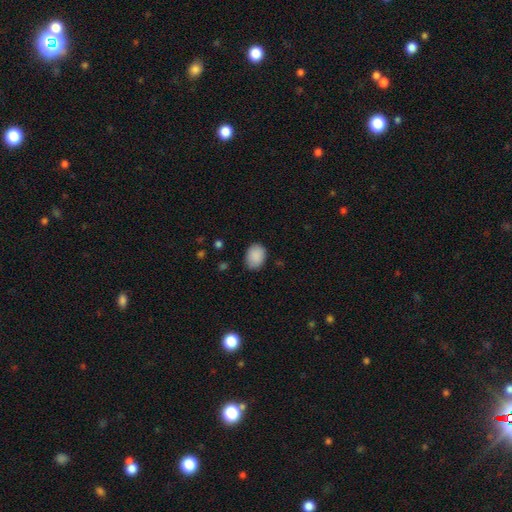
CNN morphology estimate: Smooth or featured: smooth — 90% (star or artifact — 7%)
How rounded: in between — 68% (round — 31%)
Merging: none — 81% (minor disturbance — 15%)